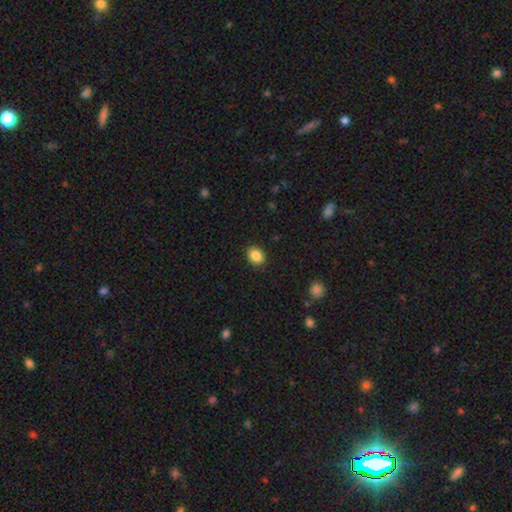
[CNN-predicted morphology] smooth_or_featured: smooth (p=0.87) [alt: star or artifact p=0.08]
how_rounded: in between (p=0.69) [alt: round p=0.30]
merging: none (p=0.89) [alt: minor disturbance p=0.08]